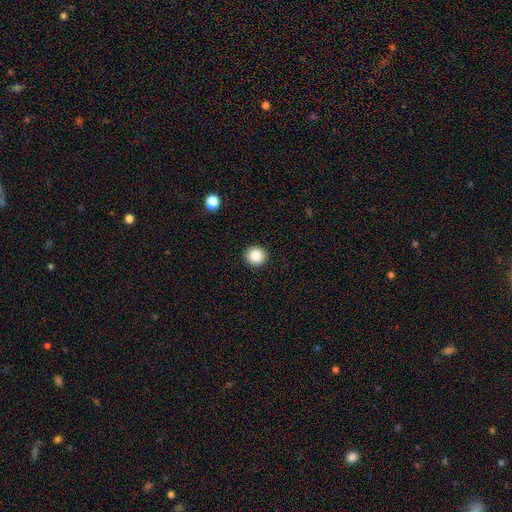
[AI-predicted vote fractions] A smooth galaxy with no disk features (88%) that is round (93%).

Vote fractions:
- Smooth or featured? smooth: 88% / star or artifact: 9% / featured or disk: 3%
- How rounded? round: 93% / in between: 6% / cigar-shaped: 1%
- Merging? none: 93% / minor disturbance: 5% / major disturbance: 2% / merger: 1%